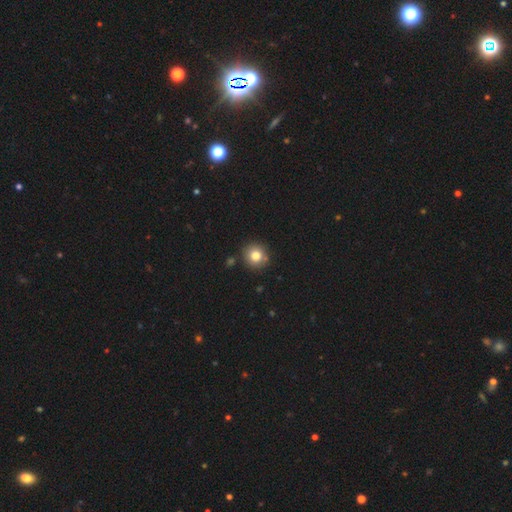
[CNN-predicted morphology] This is likely a smooth galaxy (80%). How rounded: clearly round (90%). Merging: clearly none (84%).